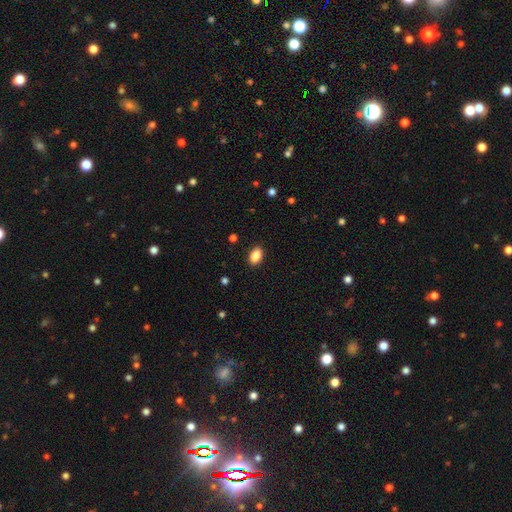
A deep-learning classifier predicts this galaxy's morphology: Overall: smooth (88%). How rounded: in between (88%). Merging: none (90%).